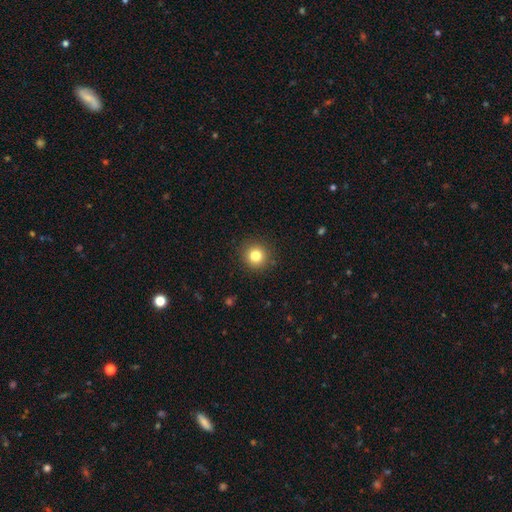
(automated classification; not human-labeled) smooth-or-featured: smooth: 81% | star or artifact: 12% | featured or disk: 7%
  how-rounded: round: 93% | in between: 6% | cigar-shaped: 1%
  merging: none: 90% | minor disturbance: 7% | major disturbance: 2% | merger: 1%